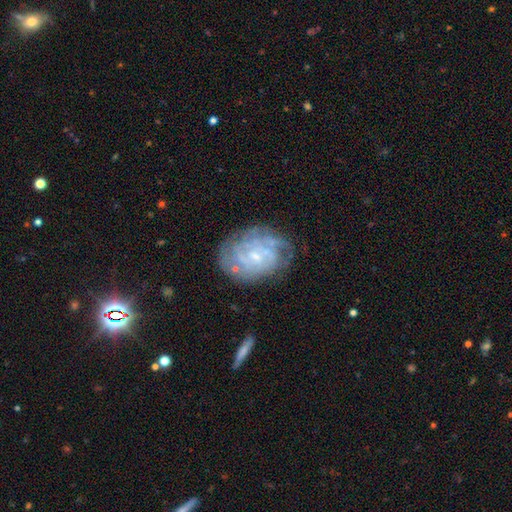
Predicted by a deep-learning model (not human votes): Smooth or featured? Predicted: featured or disk (p=0.79). Edge-on disk? Predicted: no (p=0.97). Bar? Predicted: no (p=0.66). Spiral arms? Predicted: yes (p=0.91). Spiral winding? Predicted: tight (p=0.69). Spiral arm count? Predicted: can't tell (p=0.46). Bulge size? Predicted: small (p=0.74). Merging? Predicted: none (p=0.69).